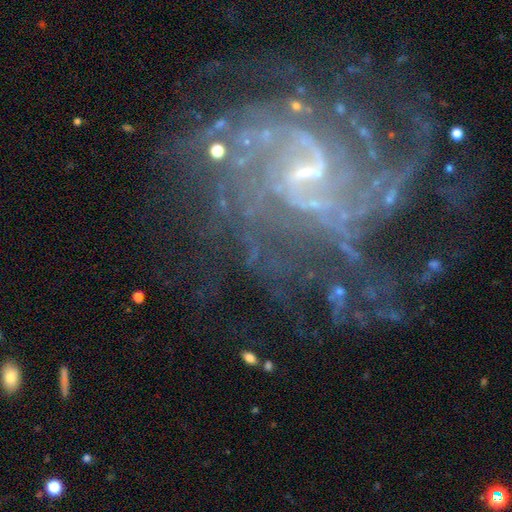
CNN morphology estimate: This appears to be a featured or disk galaxy (89%) with a weak bar (57%), tight (45%) spiral arms (97%) and a small central bulge (71%). Merging: none (61%).